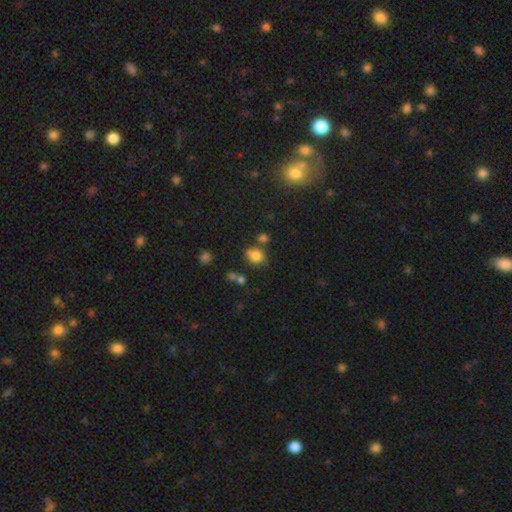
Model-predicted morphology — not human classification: This is likely a smooth galaxy (78%). How rounded: likely round (62%). Merging: possibly none (57%).